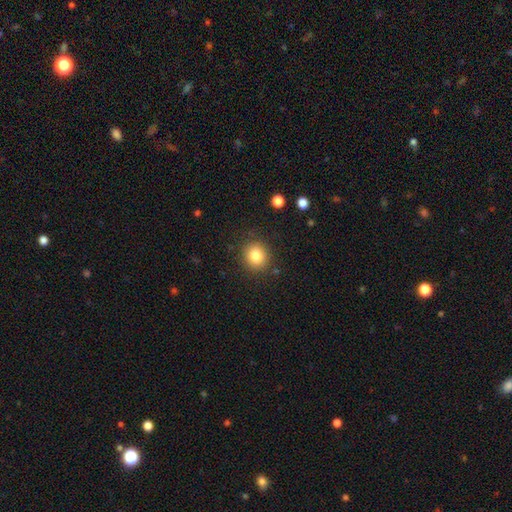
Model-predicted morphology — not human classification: A smooth galaxy with no disk features (82%) that is round (84%).

Vote fractions:
- Smooth or featured? smooth: 82% / star or artifact: 11% / featured or disk: 7%
- How rounded? round: 84% / in between: 15% / cigar-shaped: 1%
- Merging? none: 87% / minor disturbance: 9% / major disturbance: 3% / merger: 2%